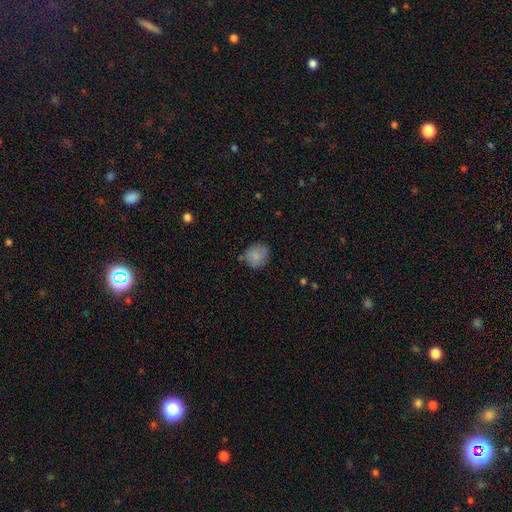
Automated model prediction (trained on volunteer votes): Overall: smooth (83%). How rounded: round (78%). Merging: none (69%).